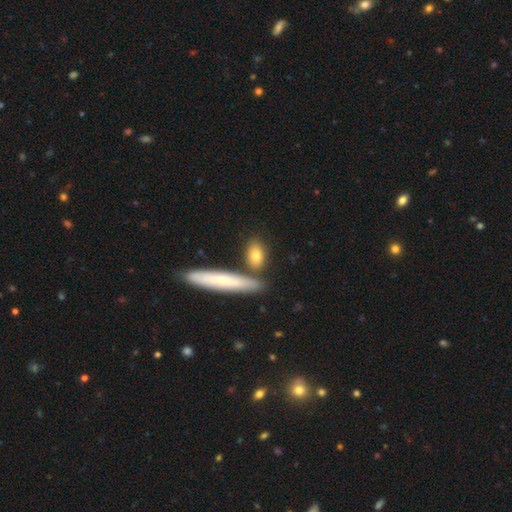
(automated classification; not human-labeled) Q: Smooth or featured?
A: smooth (77%); runner-up: featured or disk (17%)
Q: How rounded?
A: in between (65%); runner-up: cigar-shaped (26%)
Q: Merging?
A: none (70%); runner-up: merger (14%)